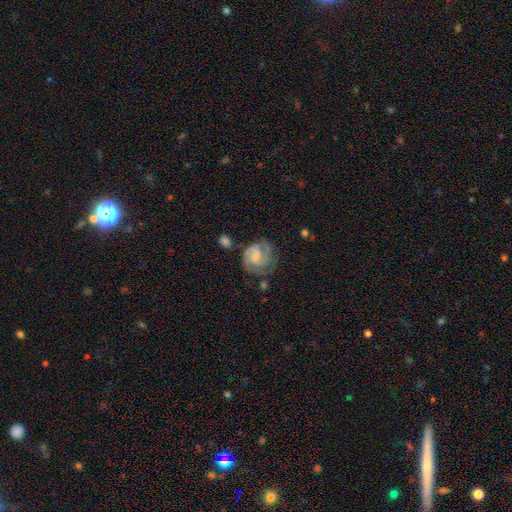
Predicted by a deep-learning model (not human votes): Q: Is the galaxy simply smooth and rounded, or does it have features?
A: featured or disk — 79%.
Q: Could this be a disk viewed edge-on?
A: no — 98%.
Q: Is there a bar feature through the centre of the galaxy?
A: weak — 53%.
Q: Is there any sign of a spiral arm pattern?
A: yes — 94%.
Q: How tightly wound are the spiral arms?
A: medium — 47%.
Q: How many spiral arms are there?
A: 2 — 48%.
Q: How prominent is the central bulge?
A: small — 40%.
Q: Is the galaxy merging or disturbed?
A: none — 57%.